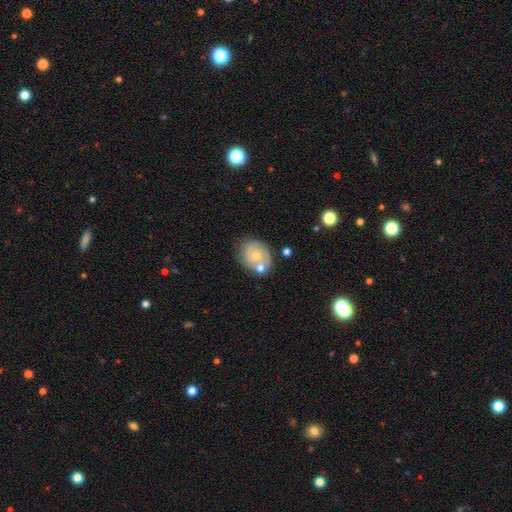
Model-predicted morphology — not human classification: A featured or disk galaxy (53%) with no bar (82%), spiral arms (70%) and a small central bulge (60%).

Vote fractions:
- Smooth or featured? featured or disk: 53% / smooth: 40% / star or artifact: 7%
- Edge-on disk? no: 97% / yes: 3%
- Bar? no: 82% / weak: 15% / strong: 2%
- Spiral arms? yes: 70% / no: 30%
- Bulge size? small: 60% / moderate: 35% / none: 3% / large: 1% / dominant: 1%
- Merging? none: 56% / merger: 19% / minor disturbance: 19% / major disturbance: 6%